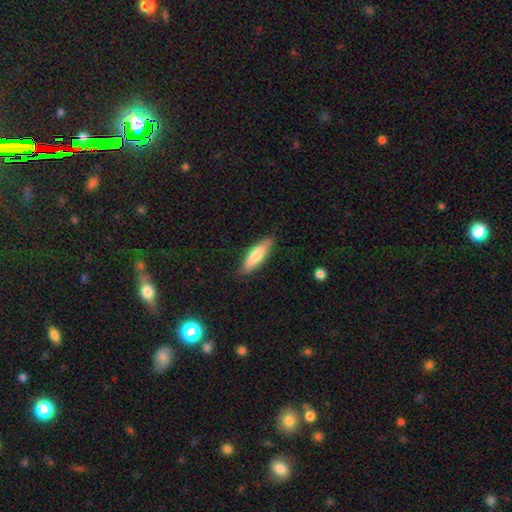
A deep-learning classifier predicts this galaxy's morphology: Smooth or featured: smooth — 75% (featured or disk — 19%)
How rounded: cigar-shaped — 56% (in between — 42%)
Merging: none — 83% (minor disturbance — 13%)